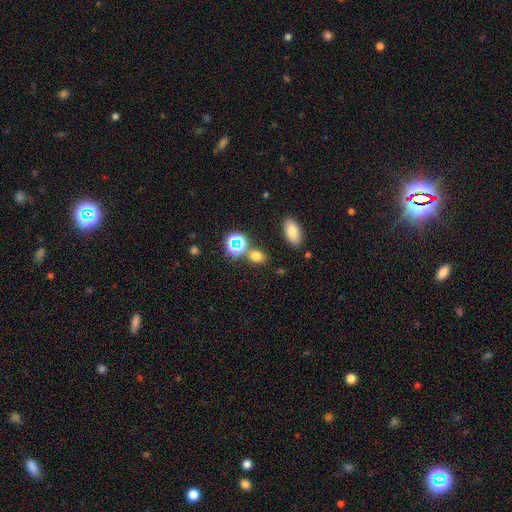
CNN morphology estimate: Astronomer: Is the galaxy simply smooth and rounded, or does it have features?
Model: smooth — 69%.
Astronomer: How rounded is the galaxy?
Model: in between — 51% (runner-up: round, 47%).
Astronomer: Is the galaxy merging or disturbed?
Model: none — 73%.